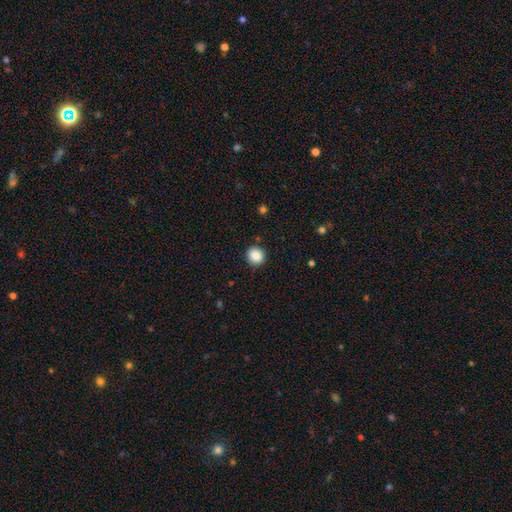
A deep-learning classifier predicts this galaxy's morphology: smooth 87%, star or artifact 9%, featured or disk 4%. Down the decision tree: how rounded — round (90%); merging — none (90%).